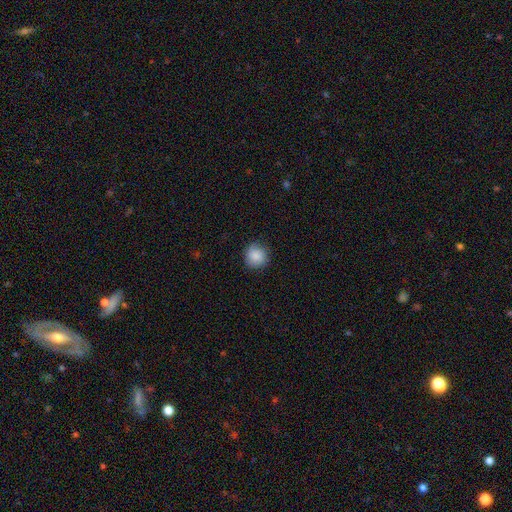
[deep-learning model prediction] Smooth or featured?
  - smooth: 88% *
  - star or artifact: 8%
  - featured or disk: 5%
How rounded?
  - round: 91% *
  - in between: 8%
  - cigar-shaped: 1%
Merging?
  - none: 86% *
  - minor disturbance: 11%
  - major disturbance: 3%
  - merger: 1%